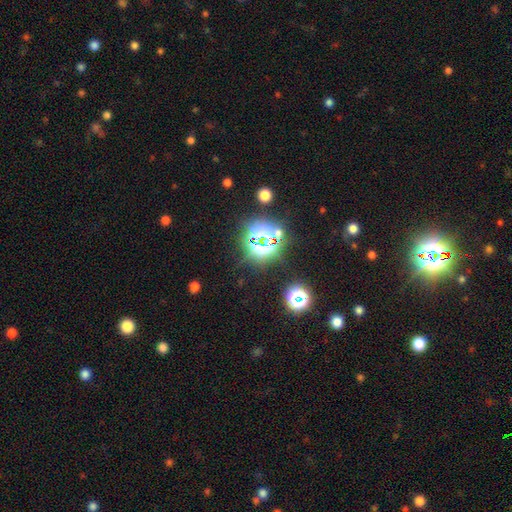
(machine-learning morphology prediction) This appears to be a star or artifact, not a galaxy (78%).